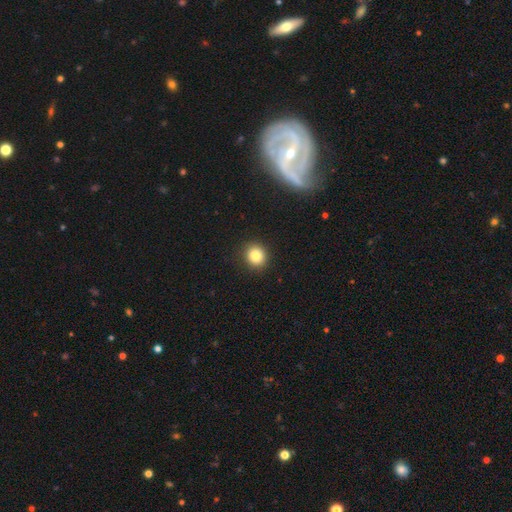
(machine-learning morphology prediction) smooth 84%, star or artifact 10%, featured or disk 6%. Down the decision tree: how rounded — round (84%); merging — none (91%).